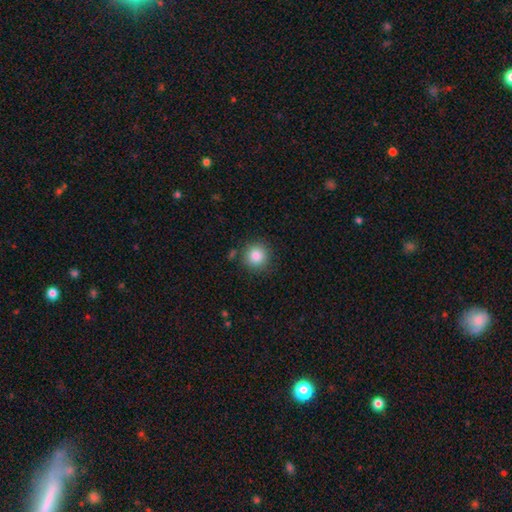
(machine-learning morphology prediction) Smooth or featured?
  - smooth: 85% *
  - star or artifact: 10%
  - featured or disk: 5%
How rounded?
  - round: 94% *
  - in between: 5%
  - cigar-shaped: 1%
Merging?
  - none: 85% *
  - minor disturbance: 9%
  - merger: 3%
  - major disturbance: 3%